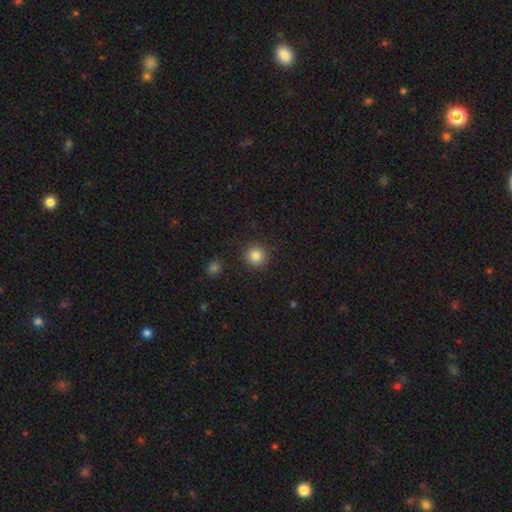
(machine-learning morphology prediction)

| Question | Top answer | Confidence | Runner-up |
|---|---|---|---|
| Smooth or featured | smooth | 84% | star or artifact (11%) |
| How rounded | round | 94% | in between (5%) |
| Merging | none | 91% | minor disturbance (6%) |